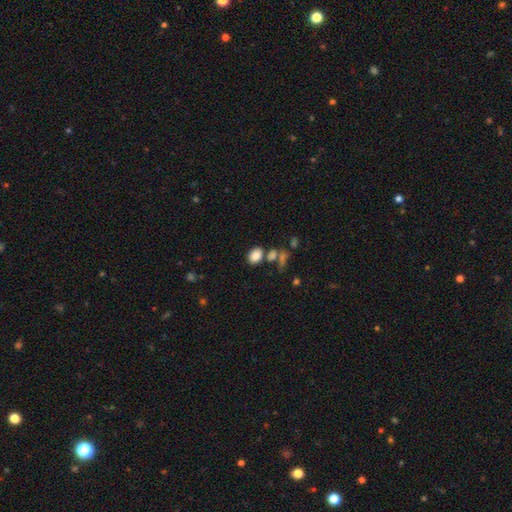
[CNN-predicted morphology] A smooth galaxy with no disk features (84%) that is in between round and cigar-shaped (75%). Merging: none (64%).